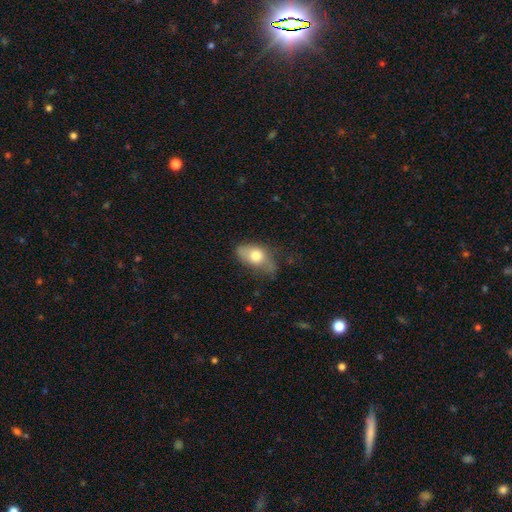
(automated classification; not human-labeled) Smooth or featured? smooth (70%)
How rounded? in between (86%)
Merging? none (42%)